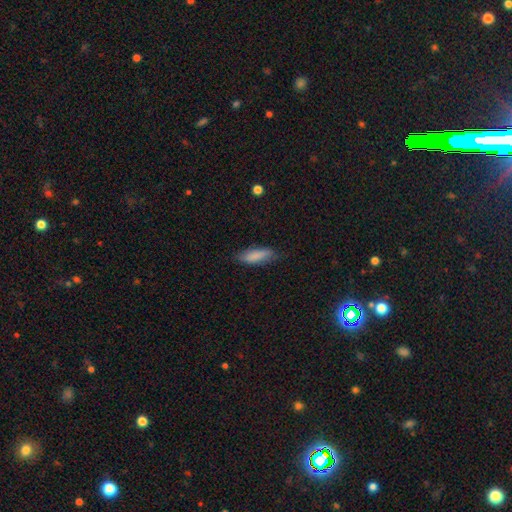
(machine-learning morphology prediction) smooth_or_featured: smooth (p=0.85) [alt: featured or disk p=0.09]
how_rounded: in between (p=0.52) [alt: cigar-shaped p=0.46]
merging: none (p=0.75) [alt: minor disturbance p=0.20]